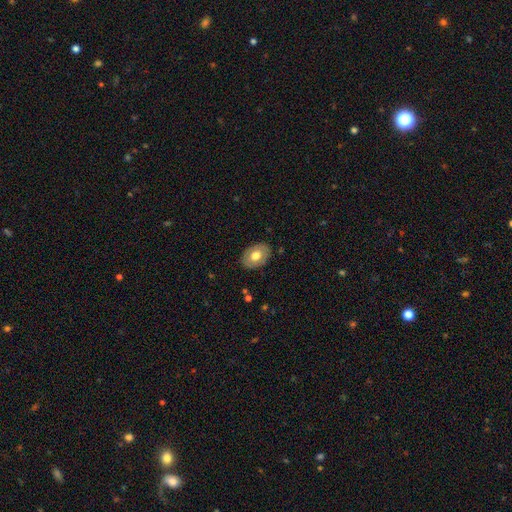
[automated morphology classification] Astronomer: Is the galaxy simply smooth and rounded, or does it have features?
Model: smooth — 66%.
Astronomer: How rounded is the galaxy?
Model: in between — 80%.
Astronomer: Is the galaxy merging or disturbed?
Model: none — 85%.